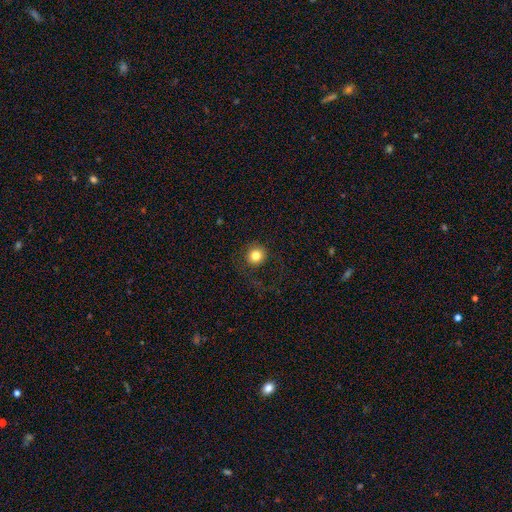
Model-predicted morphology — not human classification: smooth 81%, star or artifact 11%, featured or disk 7%. Down the decision tree: how rounded — round (94%); merging — none (84%).